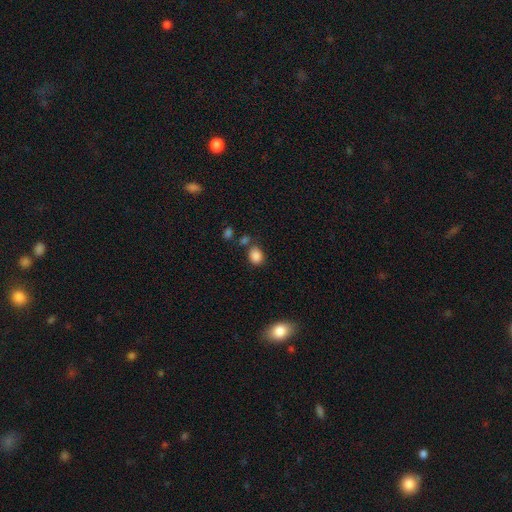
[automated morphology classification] Smooth or featured? Predicted: smooth (p=0.86). How rounded? Predicted: round (p=0.54). Merging? Predicted: none (p=0.72).